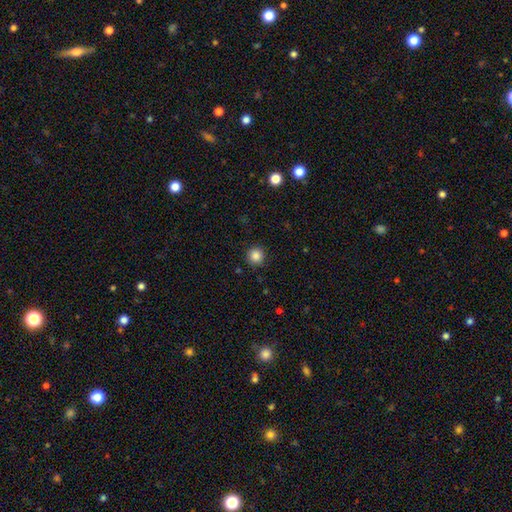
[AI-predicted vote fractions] A smooth galaxy with no disk features (85%) that is round (95%).

Vote fractions:
- Smooth or featured? smooth: 85% / star or artifact: 11% / featured or disk: 4%
- How rounded? round: 95% / in between: 4% / cigar-shaped: 1%
- Merging? none: 91% / minor disturbance: 6% / major disturbance: 2% / merger: 1%